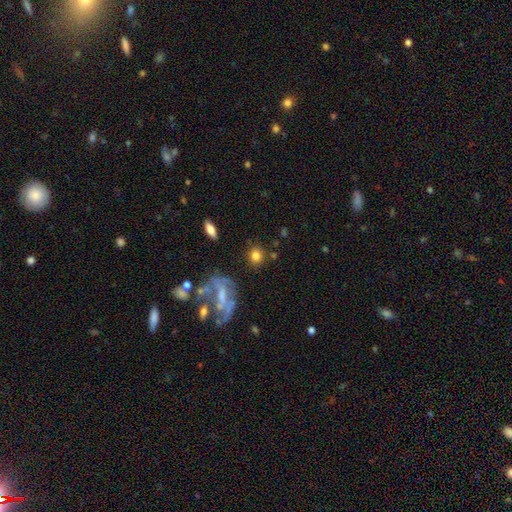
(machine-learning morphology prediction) Overall: smooth (76%). How rounded: round (77%). Merging: none (78%).